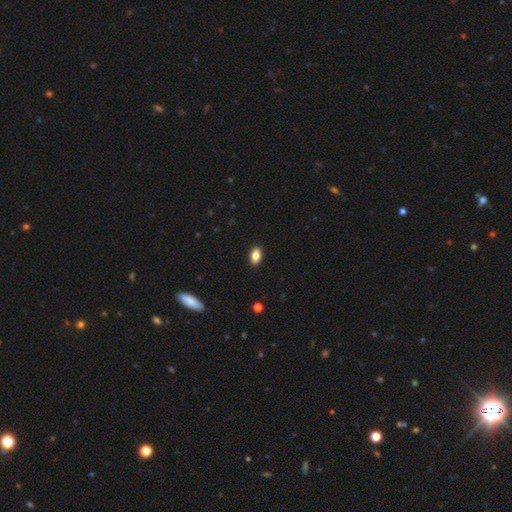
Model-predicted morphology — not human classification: This appears to be a smooth galaxy with no disk features (84%) that is in between round and cigar-shaped (88%). Merging: none (90%).